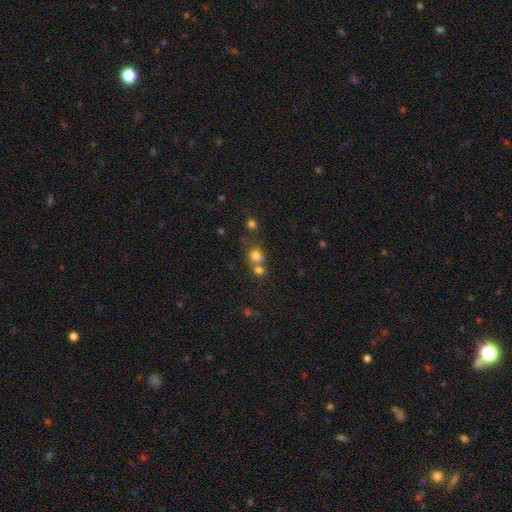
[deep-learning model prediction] Smooth or featured? smooth (75%)
How rounded? round (79%)
Merging? none (45%)